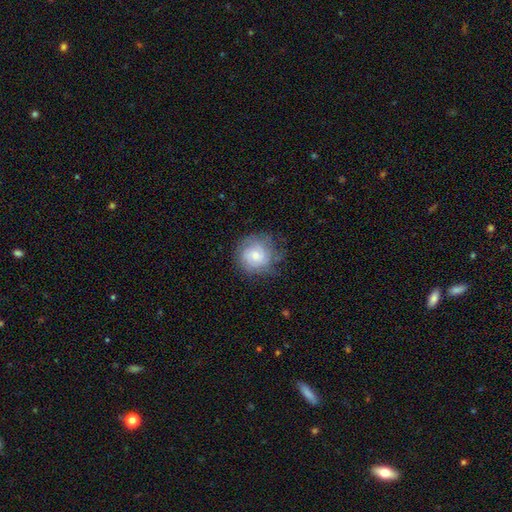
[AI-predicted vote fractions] This is possibly a featured or disk galaxy (47%). Merging: likely none (65%).